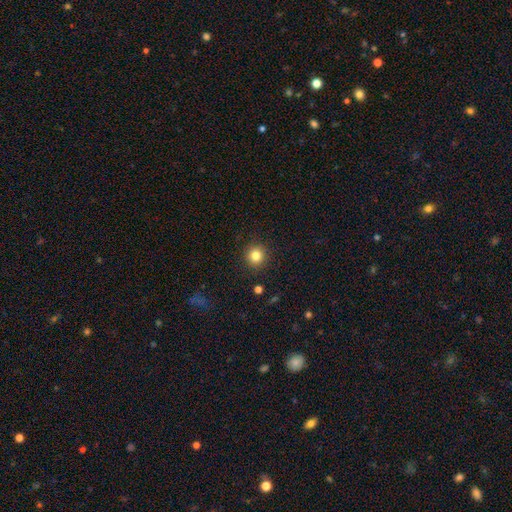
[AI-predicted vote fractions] Smooth or featured: smooth — 82% (star or artifact — 12%)
How rounded: round — 94% (in between — 5%)
Merging: none — 92% (minor disturbance — 5%)